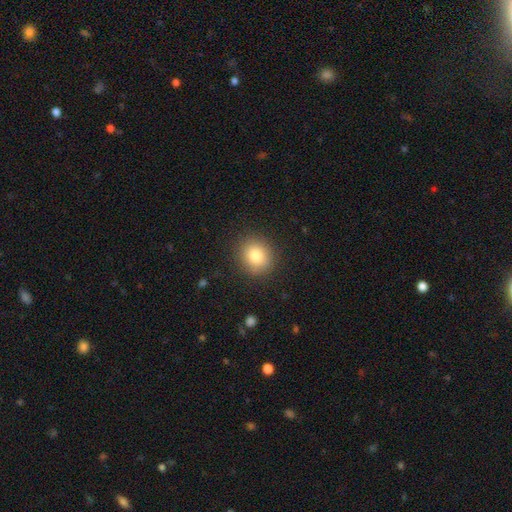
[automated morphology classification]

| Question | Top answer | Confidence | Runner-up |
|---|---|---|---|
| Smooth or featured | smooth | 81% | star or artifact (11%) |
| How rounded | round | 81% | in between (19%) |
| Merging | none | 88% | minor disturbance (8%) |